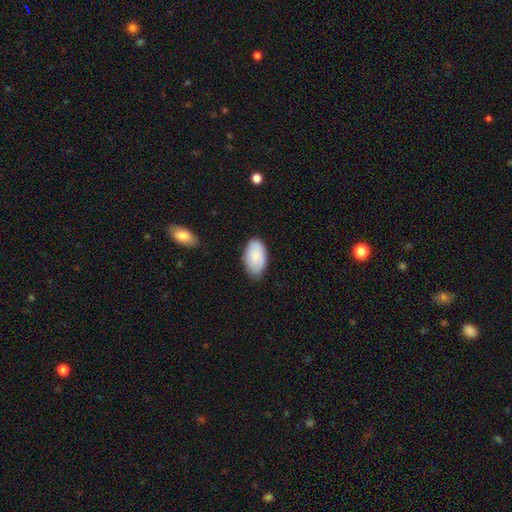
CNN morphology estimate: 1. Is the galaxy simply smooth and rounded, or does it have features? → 84% smooth, 10% featured or disk, 6% star or artifact.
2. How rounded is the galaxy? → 95% in between, 4% round, 1% cigar-shaped.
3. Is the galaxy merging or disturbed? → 78% none, 18% minor disturbance, 3% major disturbance, 1% merger.